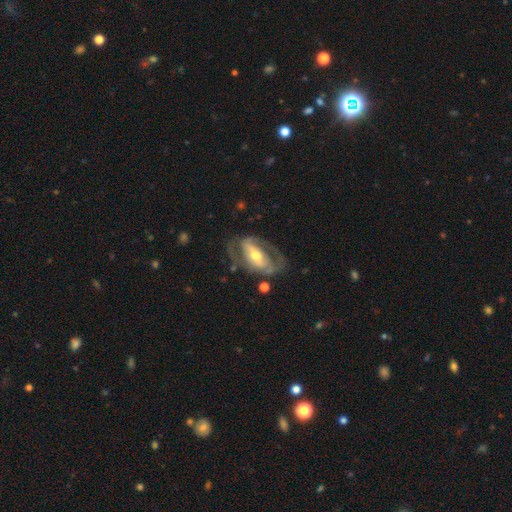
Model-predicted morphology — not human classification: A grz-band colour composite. It shows a featured or disk galaxy (78%) with a strong bar (50%), 2 (77%) medium (45%) spiral arms (72%) and a moderate central bulge (64%). Merging: none (58%).